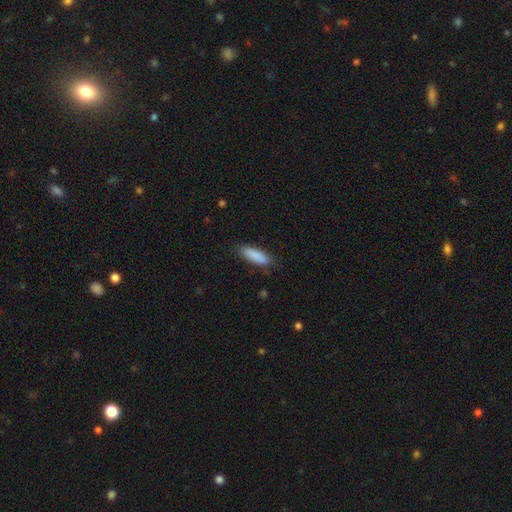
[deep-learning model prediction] Q: Smooth or featured?
A: smooth (88%); runner-up: featured or disk (6%)
Q: How rounded?
A: cigar-shaped (52%); runner-up: in between (47%)
Q: Merging?
A: none (83%); runner-up: minor disturbance (13%)